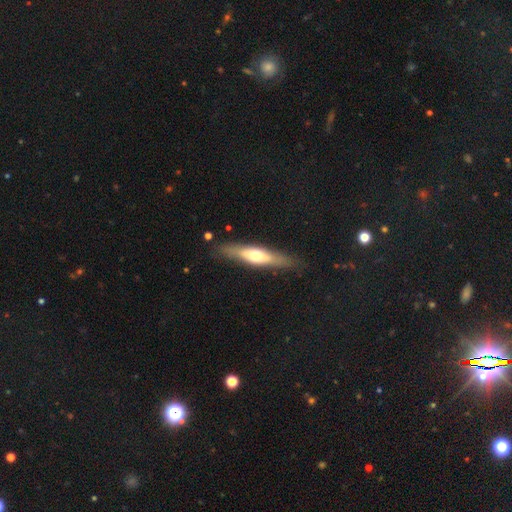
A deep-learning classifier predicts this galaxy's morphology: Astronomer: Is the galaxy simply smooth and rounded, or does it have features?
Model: featured or disk — 49% (runner-up: smooth, 45%).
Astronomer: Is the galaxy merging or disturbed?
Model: none — 83%.